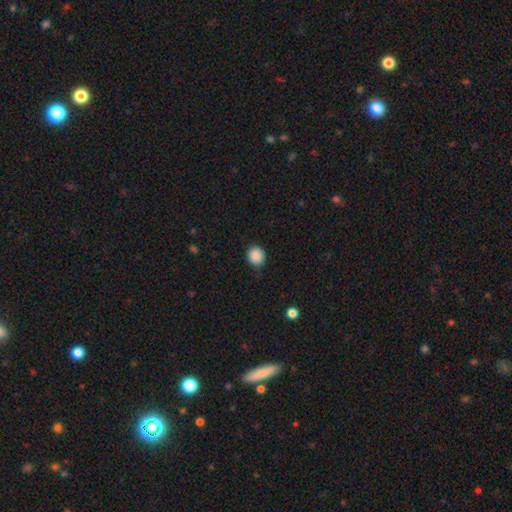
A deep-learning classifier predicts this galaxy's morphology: type=smooth (88%); roundness=round (82%); merging=none (84%).